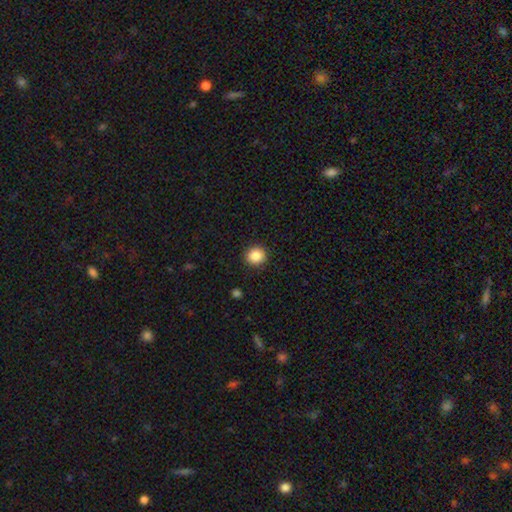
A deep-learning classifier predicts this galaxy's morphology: Smooth or featured: smooth — 86% (star or artifact — 10%)
How rounded: round — 89% (in between — 10%)
Merging: none — 91% (minor disturbance — 6%)